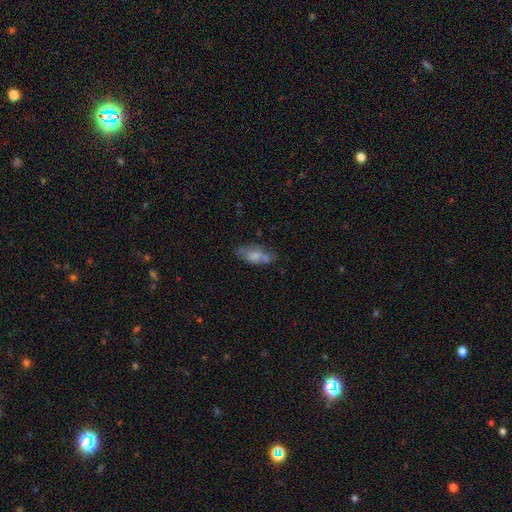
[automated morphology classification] This is likely a smooth galaxy (65%). How rounded: likely in between (79%). Merging: possibly none (54%).